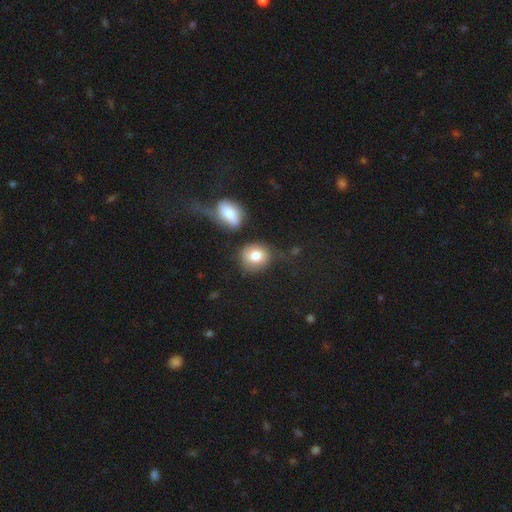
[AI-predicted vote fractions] Smooth or featured?
  - smooth: 79% *
  - featured or disk: 13%
  - star or artifact: 8%
How rounded?
  - round: 76% *
  - in between: 23%
  - cigar-shaped: 1%
Merging?
  - none: 60% *
  - minor disturbance: 17%
  - merger: 14%
  - major disturbance: 9%